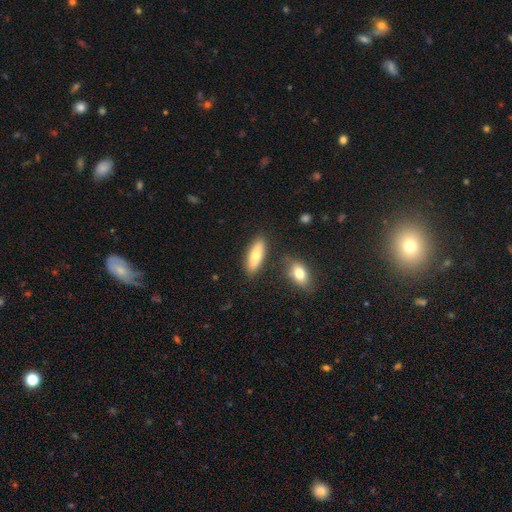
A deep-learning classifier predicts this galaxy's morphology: This appears to be a smooth galaxy with no disk features (73%) that is in between round and cigar-shaped (66%). Merging: none (79%).